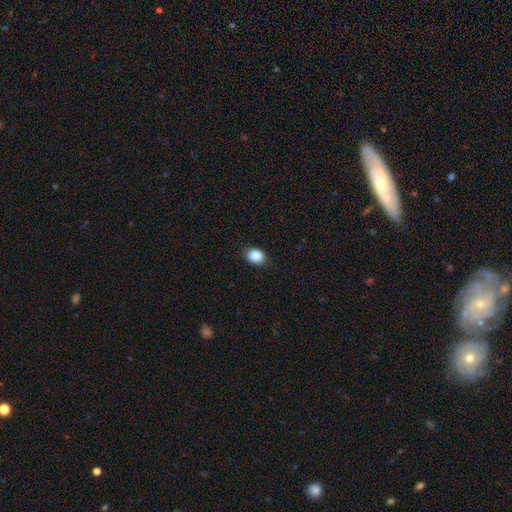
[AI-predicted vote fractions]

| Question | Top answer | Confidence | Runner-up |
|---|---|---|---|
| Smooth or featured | smooth | 88% | star or artifact (9%) |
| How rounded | in between | 61% | round (38%) |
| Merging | none | 87% | minor disturbance (10%) |